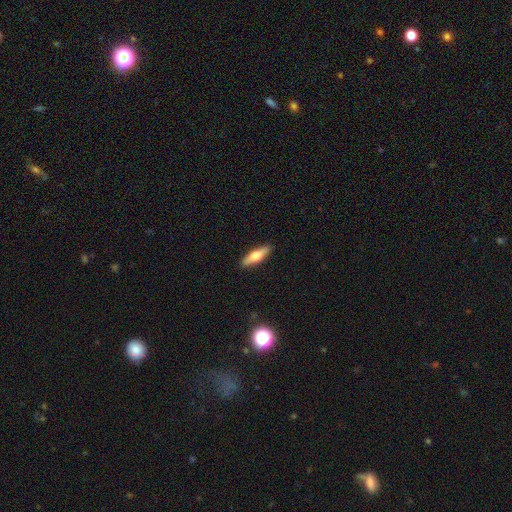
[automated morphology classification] Smooth or featured: smooth — 57% (featured or disk — 36%)
How rounded: cigar-shaped — 65% (in between — 33%)
Merging: none — 90% (minor disturbance — 8%)